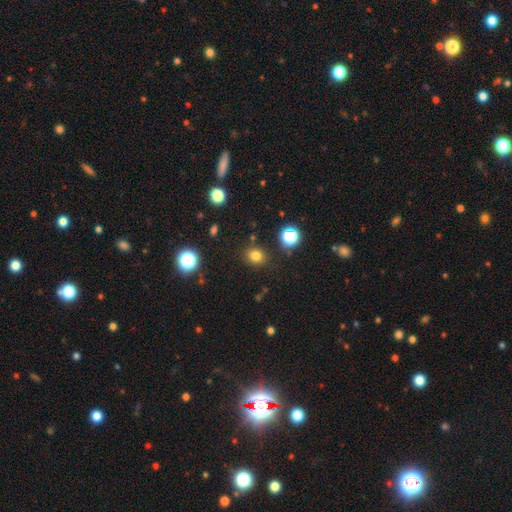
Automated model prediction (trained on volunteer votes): Smooth or featured?
  - smooth: 77% *
  - star or artifact: 17%
  - featured or disk: 6%
How rounded?
  - round: 72% *
  - in between: 27%
  - cigar-shaped: 1%
Merging?
  - none: 84% *
  - minor disturbance: 9%
  - major disturbance: 3%
  - merger: 3%